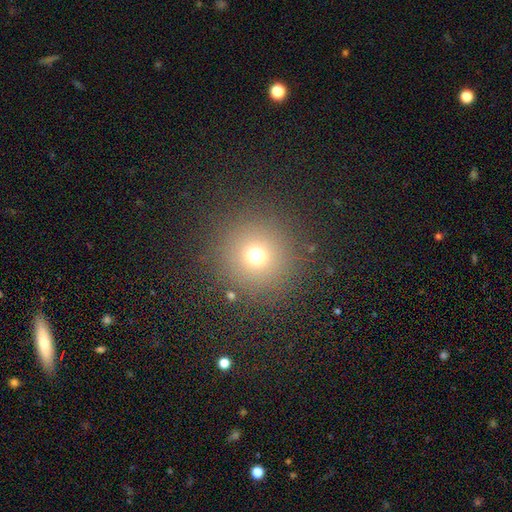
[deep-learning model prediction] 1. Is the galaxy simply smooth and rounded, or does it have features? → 69% smooth, 21% star or artifact, 10% featured or disk.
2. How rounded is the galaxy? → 95% round, 4% in between, 1% cigar-shaped.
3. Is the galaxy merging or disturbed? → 87% none, 7% minor disturbance, 4% major disturbance, 2% merger.